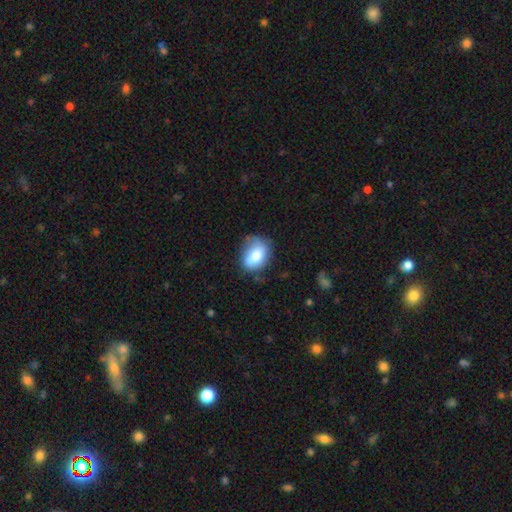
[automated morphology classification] Smooth or featured: smooth — 75% (featured or disk — 17%)
How rounded: in between — 75% (round — 23%)
Merging: none — 56% (minor disturbance — 32%)